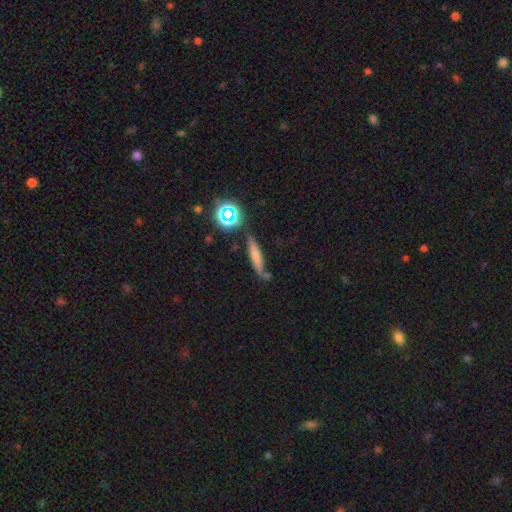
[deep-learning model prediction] Q: Smooth or featured?
A: smooth (60%); runner-up: featured or disk (24%)
Q: How rounded?
A: cigar-shaped (83%); runner-up: in between (12%)
Q: Merging?
A: none (67%); runner-up: minor disturbance (18%)